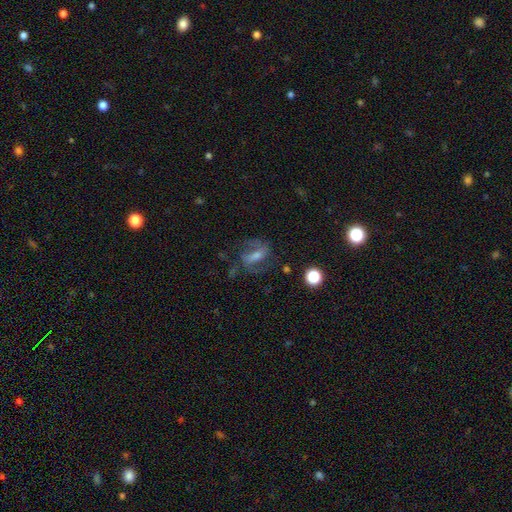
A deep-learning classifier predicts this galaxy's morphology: Smooth or featured? featured or disk (60%)
Edge-on disk? no (93%)
Bar? strong (40%)
Spiral arms? yes (78%)
Bulge size? moderate (42%)
Merging? none (61%)